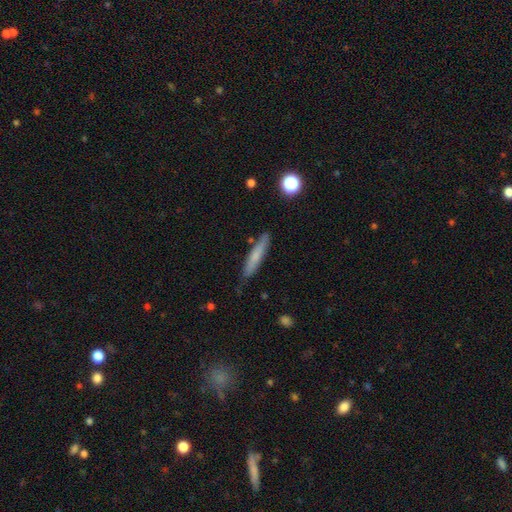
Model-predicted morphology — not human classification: Q: Smooth or featured?
A: smooth (66%); runner-up: featured or disk (27%)
Q: How rounded?
A: cigar-shaped (90%); runner-up: in between (8%)
Q: Merging?
A: none (81%); runner-up: minor disturbance (14%)